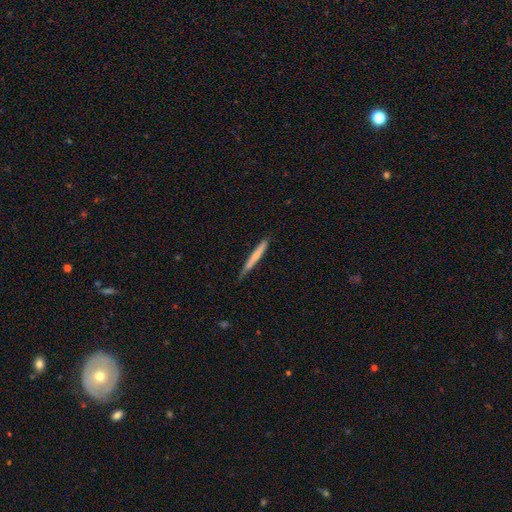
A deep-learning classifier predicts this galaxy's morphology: This is likely a smooth galaxy (63%). How rounded: clearly cigar-shaped (96%). Merging: likely none (79%).